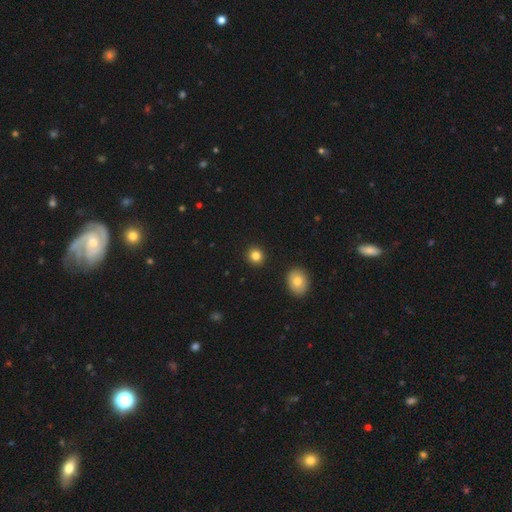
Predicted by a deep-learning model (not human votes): Smooth or featured: smooth — 83% (star or artifact — 11%)
How rounded: round — 89% (in between — 11%)
Merging: none — 92% (minor disturbance — 5%)